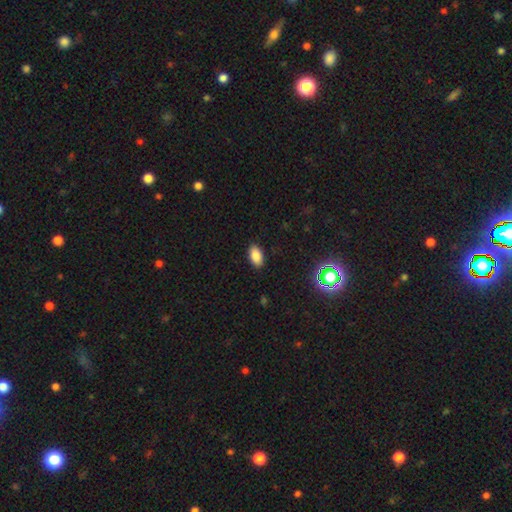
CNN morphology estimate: Smooth or featured?
  - smooth: 83% *
  - star or artifact: 11%
  - featured or disk: 5%
How rounded?
  - in between: 92% *
  - round: 4%
  - cigar-shaped: 3%
Merging?
  - none: 88% *
  - minor disturbance: 9%
  - major disturbance: 2%
  - merger: 1%